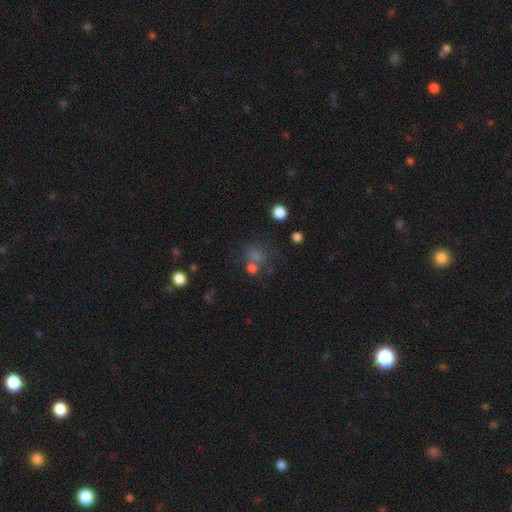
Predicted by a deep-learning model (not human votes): Smooth or featured? Predicted: smooth (p=0.50). Merging? Predicted: none (p=0.54).